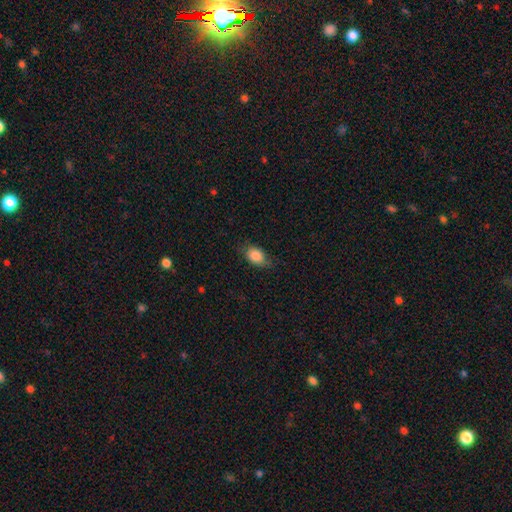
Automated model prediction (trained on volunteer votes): A smooth galaxy with no disk features (84%) that is in between round and cigar-shaped (77%).

Vote fractions:
- Smooth or featured? smooth: 84% / featured or disk: 8% / star or artifact: 8%
- How rounded? in between: 77% / round: 21% / cigar-shaped: 2%
- Merging? none: 68% / minor disturbance: 24% / major disturbance: 7% / merger: 1%